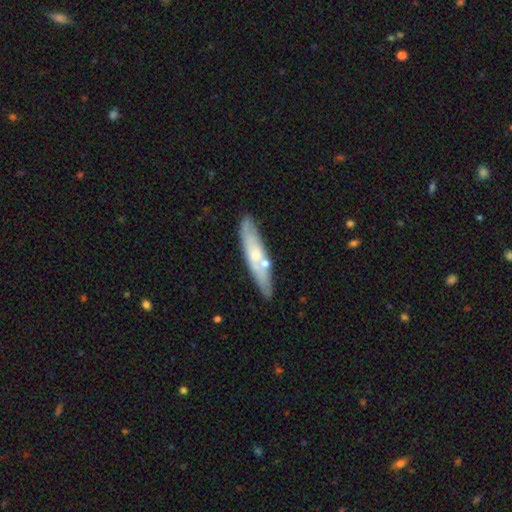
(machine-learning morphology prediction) A smooth galaxy with no disk features (53%) that is cigar-shaped (82%).

Vote fractions:
- Smooth or featured? smooth: 53% / featured or disk: 41% / star or artifact: 6%
- How rounded? cigar-shaped: 82% / in between: 16% / round: 2%
- Merging? none: 76% / minor disturbance: 14% / merger: 7% / major disturbance: 3%